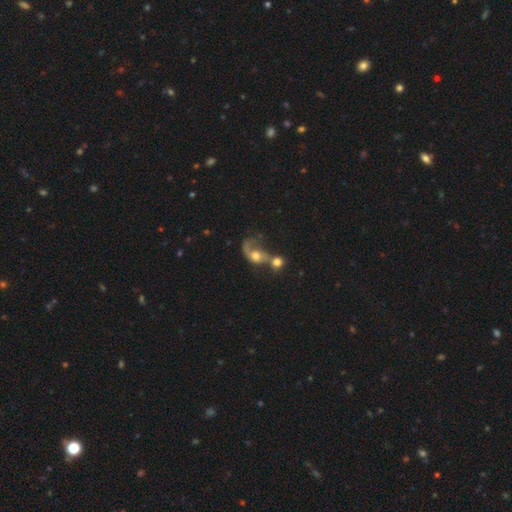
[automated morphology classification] Smooth or featured: featured or disk — 50% (smooth — 41%)
Merging: merger — 64% (major disturbance — 16%)